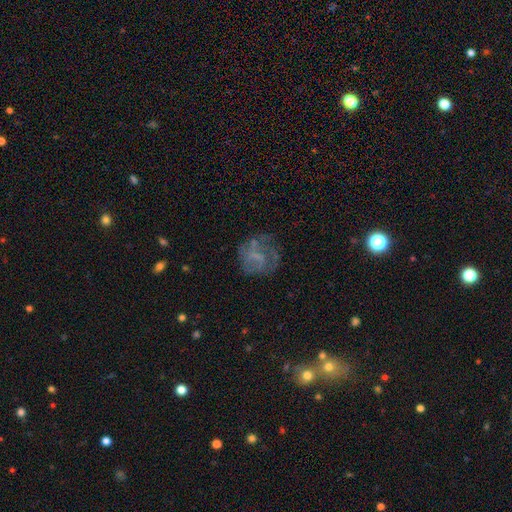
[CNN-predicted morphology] Smooth or featured? Predicted: featured or disk (p=0.50). Merging? Predicted: none (p=0.57).